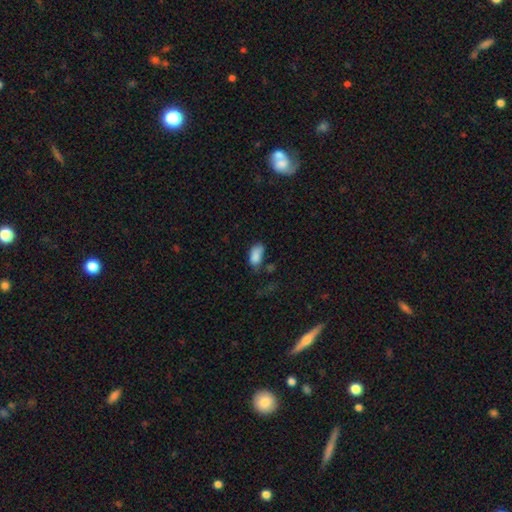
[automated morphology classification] Overall: smooth (84%). How rounded: in between (93%). Merging: none (45%; minor disturbance 30%).